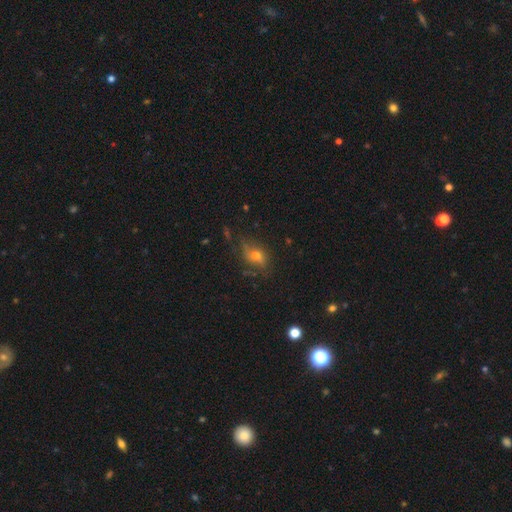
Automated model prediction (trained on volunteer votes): smooth_or_featured: smooth (p=0.54) [alt: featured or disk p=0.30]
how_rounded: in between (p=0.70) [alt: round p=0.25]
merging: none (p=0.63) [alt: minor disturbance p=0.23]